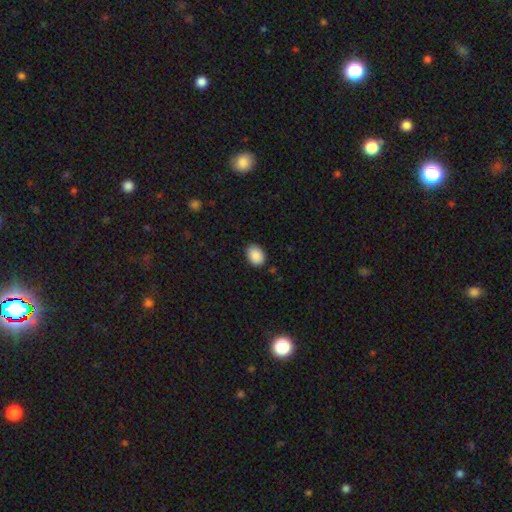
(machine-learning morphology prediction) Overall: smooth (89%). How rounded: in between (73%). Merging: none (85%).